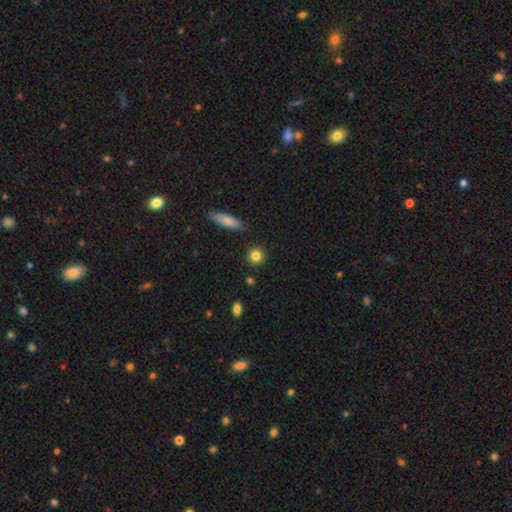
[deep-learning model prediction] Overall: smooth (84%). How rounded: round (88%). Merging: none (89%).